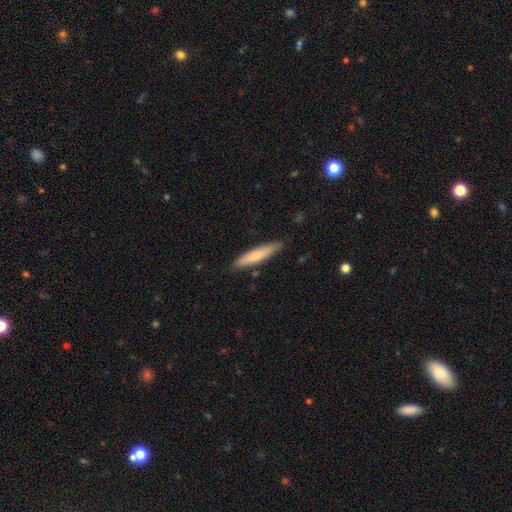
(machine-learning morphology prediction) smooth-or-featured: smooth: 69% | featured or disk: 25% | star or artifact: 5%
  how-rounded: cigar-shaped: 86% | in between: 12% | round: 1%
  merging: none: 85% | minor disturbance: 11% | major disturbance: 2% | merger: 2%